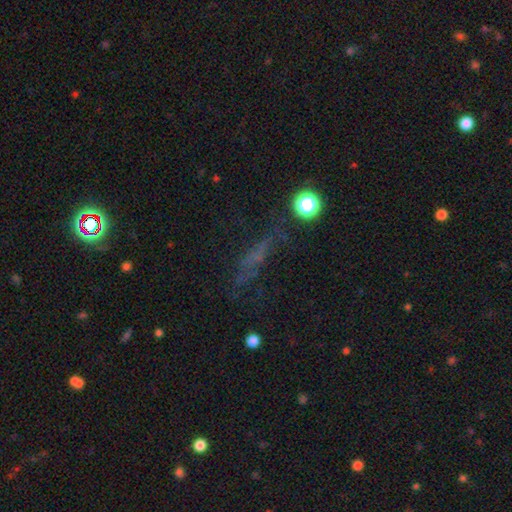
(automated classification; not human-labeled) Smooth or featured: smooth — 41% (featured or disk — 30%)
Merging: none — 58% (minor disturbance — 19%)